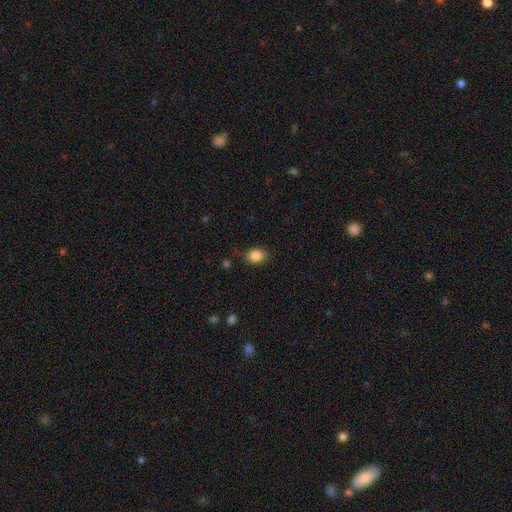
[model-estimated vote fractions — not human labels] Smooth or featured? smooth (86%)
How rounded? in between (51%)
Merging? none (79%)